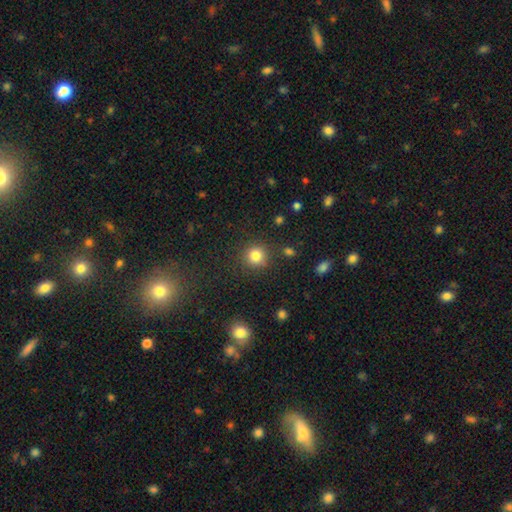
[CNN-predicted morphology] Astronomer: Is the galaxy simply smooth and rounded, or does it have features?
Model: smooth — 82%.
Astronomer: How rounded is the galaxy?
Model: round — 92%.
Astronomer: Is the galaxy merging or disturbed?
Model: none — 86%.